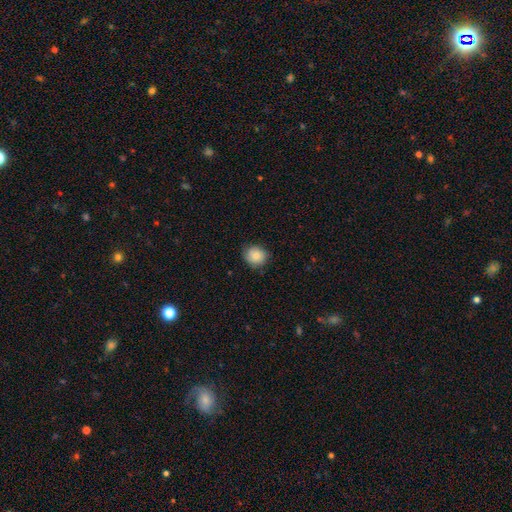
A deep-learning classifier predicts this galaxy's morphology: smooth-or-featured: smooth: 84% | star or artifact: 8% | featured or disk: 8%
  how-rounded: round: 80% | in between: 19% | cigar-shaped: 1%
  merging: none: 80% | minor disturbance: 16% | major disturbance: 3% | merger: 1%